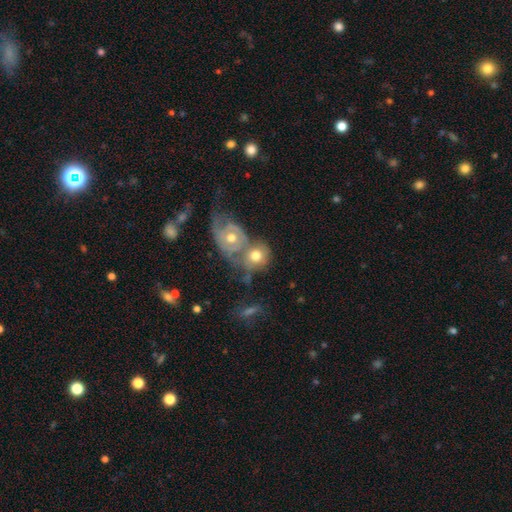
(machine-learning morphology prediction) Smooth or featured: smooth — 51% (featured or disk — 41%)
How rounded: round — 65% (in between — 33%)
Merging: merger — 60% (none — 22%)